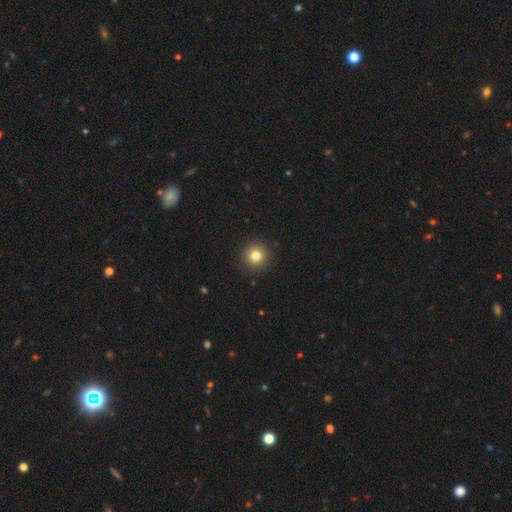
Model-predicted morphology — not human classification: smooth 81%, star or artifact 12%, featured or disk 7%. Down the decision tree: how rounded — round (96%); merging — none (92%).